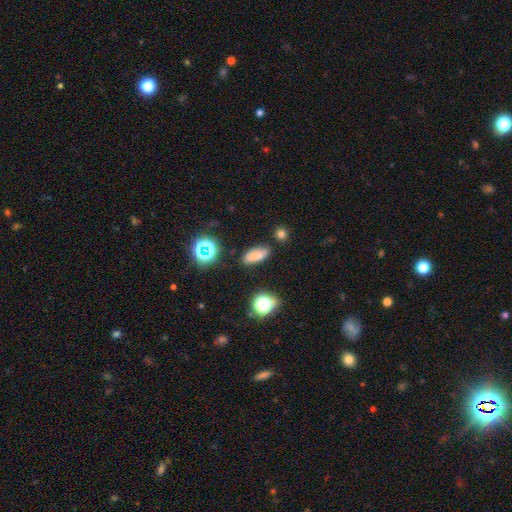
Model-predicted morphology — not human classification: Overall: smooth (76%). How rounded: in between (78%). Merging: none (81%).